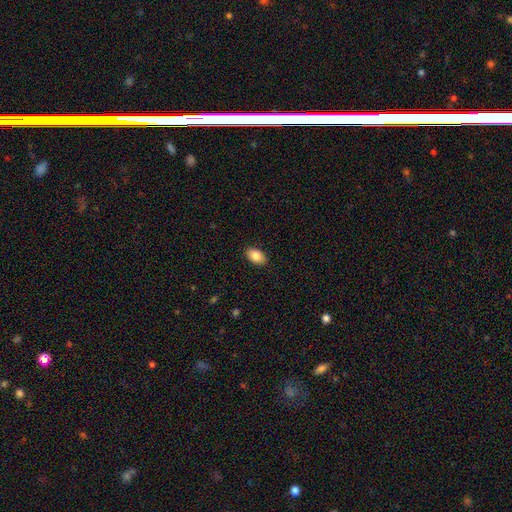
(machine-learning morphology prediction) This is clearly a smooth galaxy (86%). How rounded: clearly in between (92%). Merging: clearly none (89%).